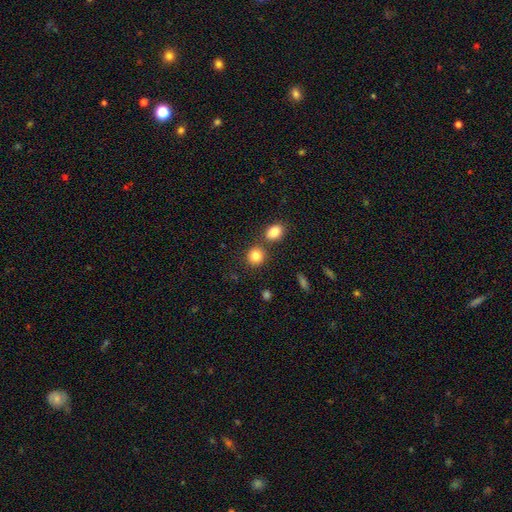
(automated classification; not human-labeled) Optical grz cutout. It shows a smooth galaxy with no disk features (85%) that is round (83%). Merging: none (73%).